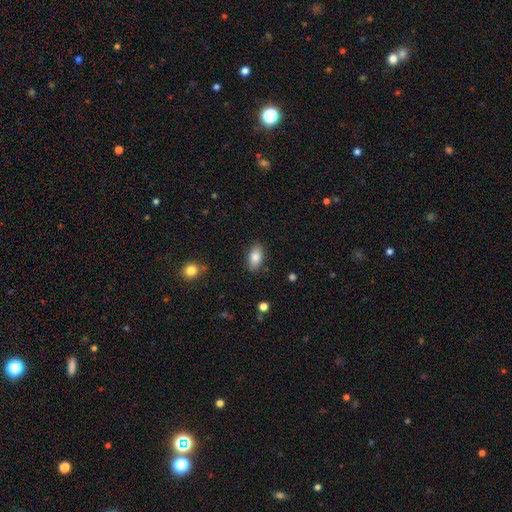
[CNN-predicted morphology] A smooth galaxy with no disk features (85%) that is in between round and cigar-shaped (91%). Merging: none (85%).